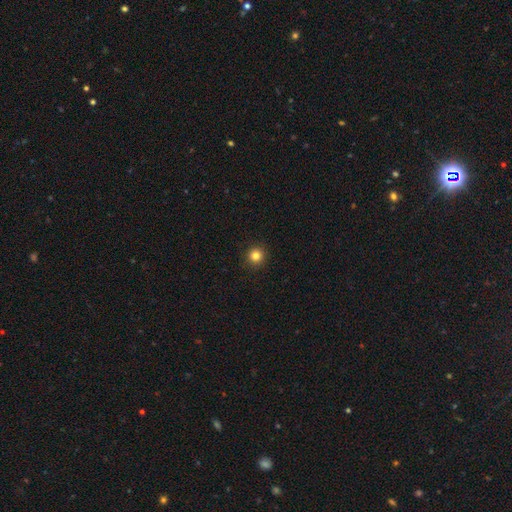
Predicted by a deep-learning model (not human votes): smooth-or-featured: smooth: 82% | star or artifact: 13% | featured or disk: 5%
  how-rounded: round: 95% | in between: 4% | cigar-shaped: 1%
  merging: none: 93% | minor disturbance: 5% | major disturbance: 2% | merger: 1%